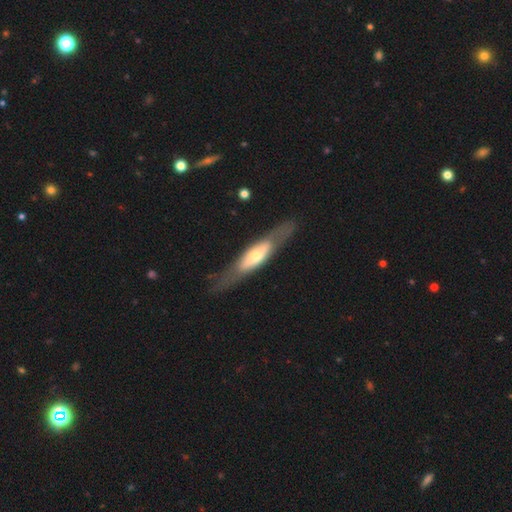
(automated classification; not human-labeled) Overall: featured or disk (58%; smooth 37%). Edge-on disk: yes (60%; no 40%). Merging: none (74%).